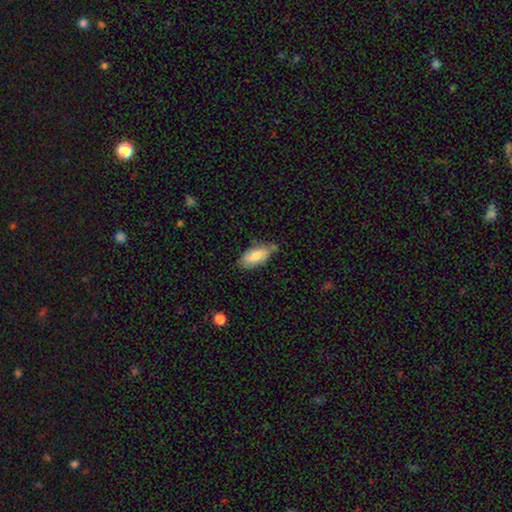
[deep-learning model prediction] This is likely a smooth galaxy (74%). How rounded: clearly in between (87%). Merging: likely none (66%).